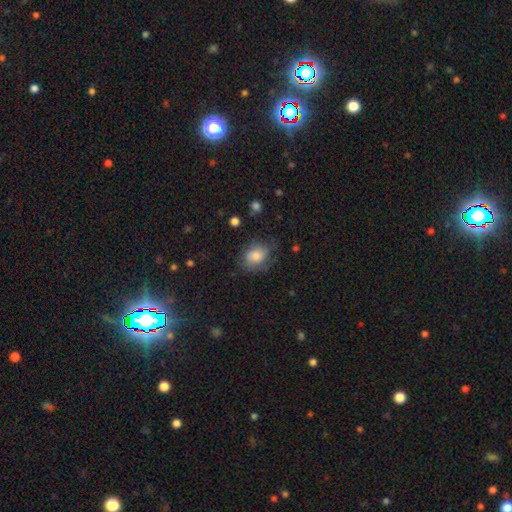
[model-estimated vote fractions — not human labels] smooth 72%, featured or disk 19%, star or artifact 10%. Down the decision tree: how rounded — in between (59%); merging — none (61%).